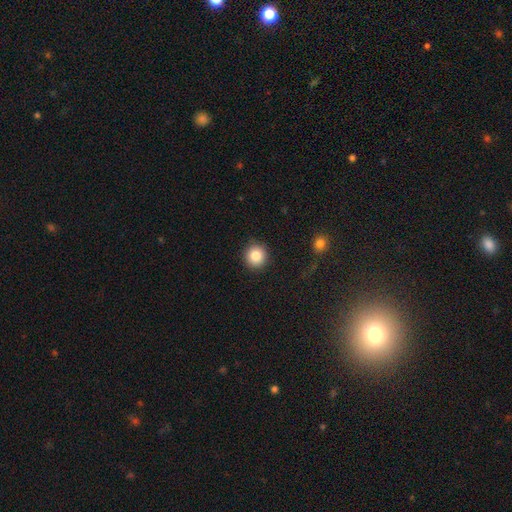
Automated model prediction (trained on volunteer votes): smooth_or_featured: smooth (p=0.86) [alt: star or artifact p=0.09]
how_rounded: round (p=0.93) [alt: in between p=0.06]
merging: none (p=0.91) [alt: minor disturbance p=0.06]